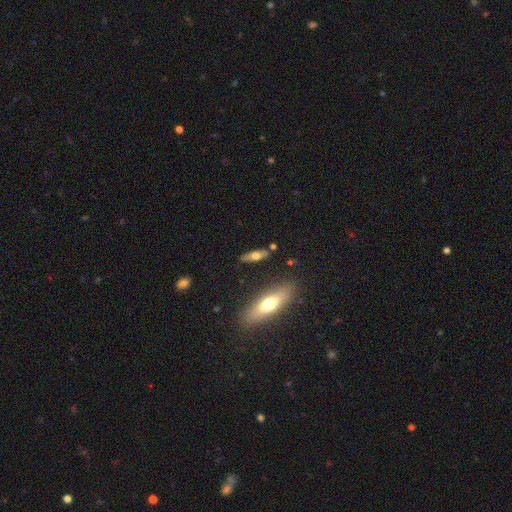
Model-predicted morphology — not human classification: This is possibly a smooth galaxy (53%). How rounded: possibly cigar-shaped (50%). Merging: likely none (79%).